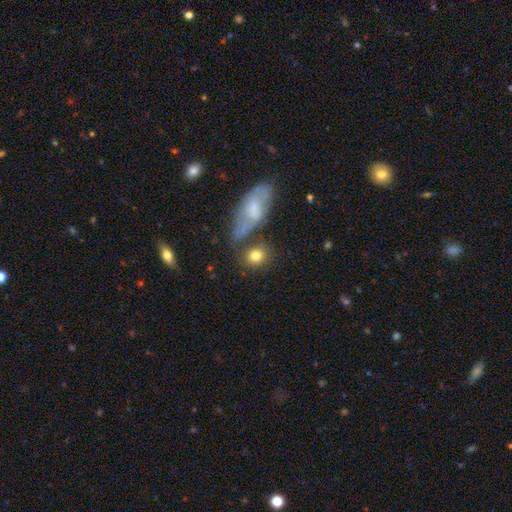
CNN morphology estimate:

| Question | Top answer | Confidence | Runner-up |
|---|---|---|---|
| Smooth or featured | smooth | 79% | featured or disk (12%) |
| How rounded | round | 66% | in between (31%) |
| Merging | none | 67% | merger (15%) |